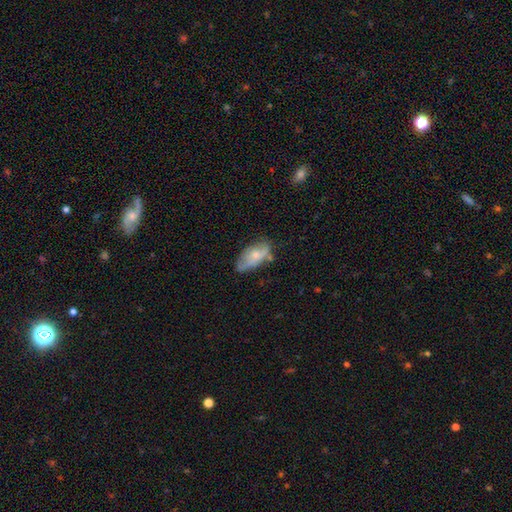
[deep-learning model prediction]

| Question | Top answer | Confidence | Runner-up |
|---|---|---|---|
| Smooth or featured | smooth | 56% | featured or disk (37%) |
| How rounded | in between | 89% | cigar-shaped (7%) |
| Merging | none | 48% | minor disturbance (33%) |